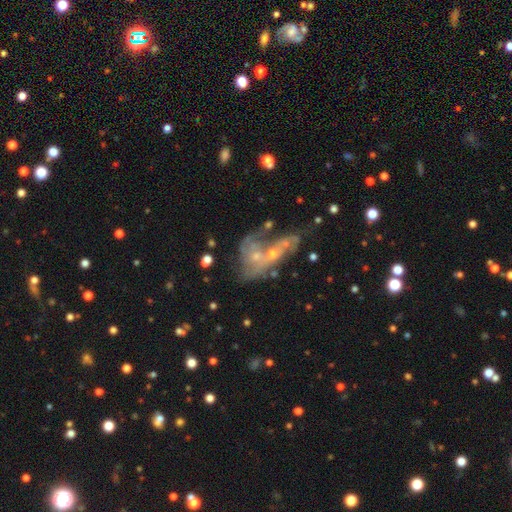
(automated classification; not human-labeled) A featured or disk galaxy (66%) with no bar (77%), spiral arms (58%) and a small central bulge (57%).

Vote fractions:
- Smooth or featured? featured or disk: 66% / smooth: 23% / star or artifact: 12%
- Edge-on disk? no: 95% / yes: 5%
- Bar? no: 77% / weak: 18% / strong: 4%
- Spiral arms? yes: 58% / no: 42%
- Bulge size? small: 57% / moderate: 29% / none: 10% / large: 2% / dominant: 1%
- Merging? merger: 62% / none: 16% / major disturbance: 14% / minor disturbance: 9%